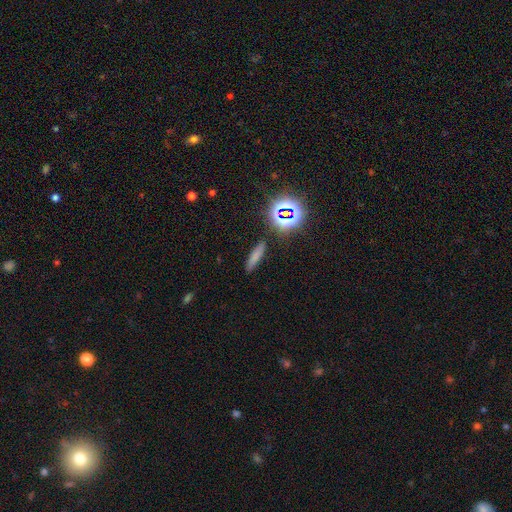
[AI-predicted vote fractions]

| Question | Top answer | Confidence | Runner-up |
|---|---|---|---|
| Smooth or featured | smooth | 69% | star or artifact (19%) |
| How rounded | cigar-shaped | 79% | in between (16%) |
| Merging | none | 85% | minor disturbance (9%) |